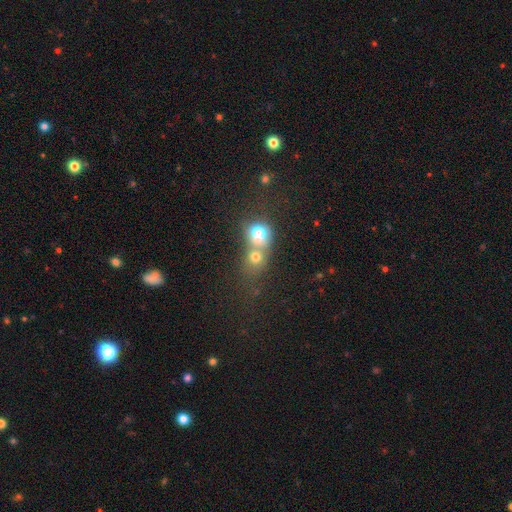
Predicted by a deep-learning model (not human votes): Smooth or featured? smooth (67%)
How rounded? round (73%)
Merging? merger (64%)